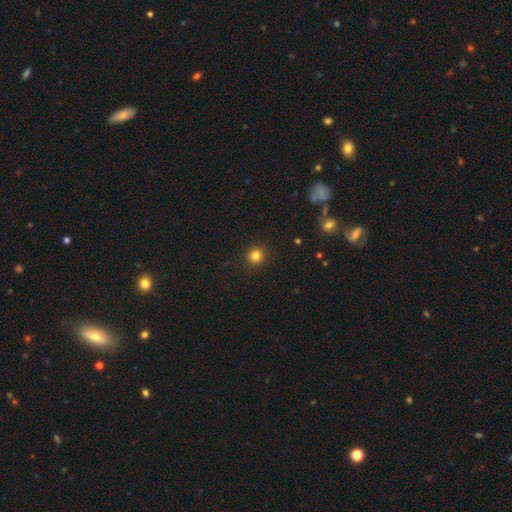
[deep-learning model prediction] Morphology: type=smooth (82%); roundness=round (94%); merging=none (92%).